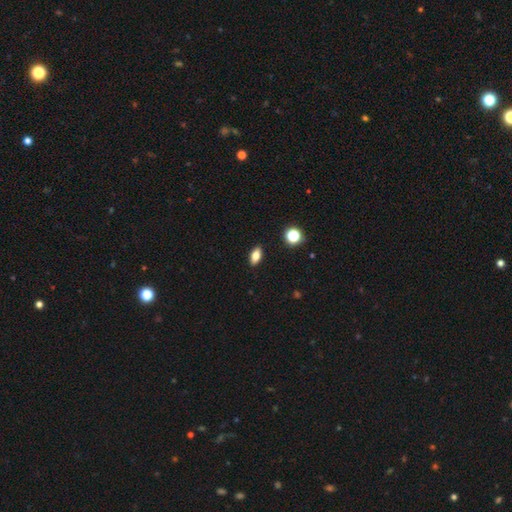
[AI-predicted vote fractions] This appears to be a smooth galaxy with no disk features (77%) that is in between round and cigar-shaped (85%). Merging: none (89%).